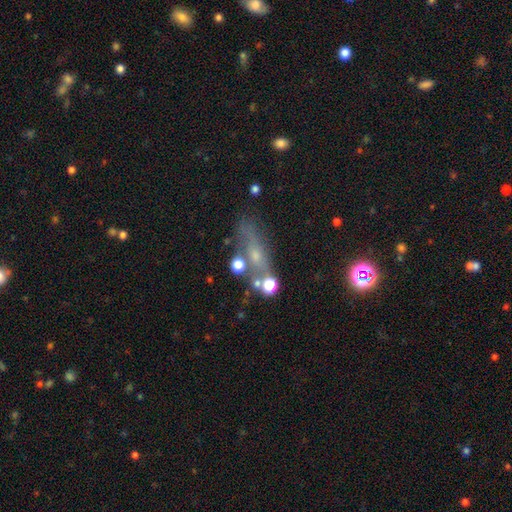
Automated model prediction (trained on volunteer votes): smooth 41%, featured or disk 35%, star or artifact 23%. Down the decision tree: merging — none (53%).